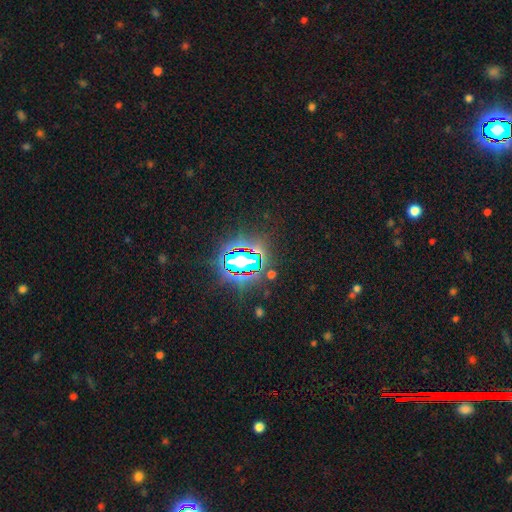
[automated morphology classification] Overall: star or artifact (86%).